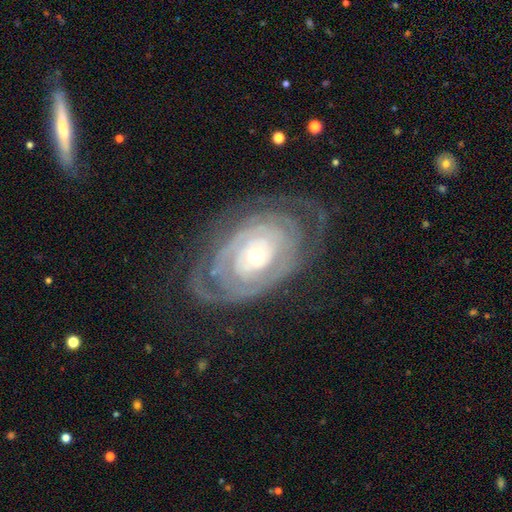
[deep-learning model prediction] A featured or disk galaxy (86%) with no bar (75%), tight (76%) spiral arms (90%) and a moderate central bulge (55%). Merging: none (64%).